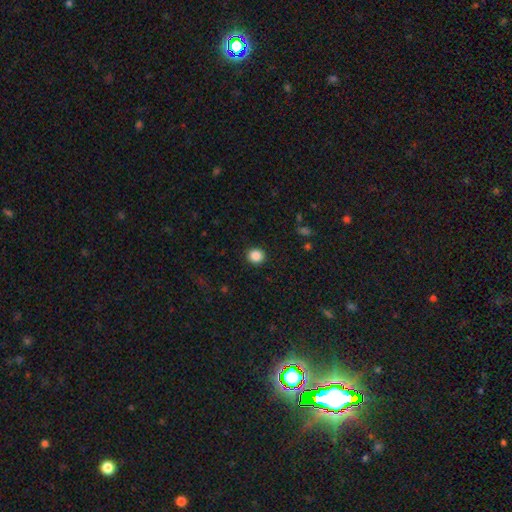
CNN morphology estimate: A smooth galaxy with no disk features (87%) that is round (86%). Merging: none (92%).